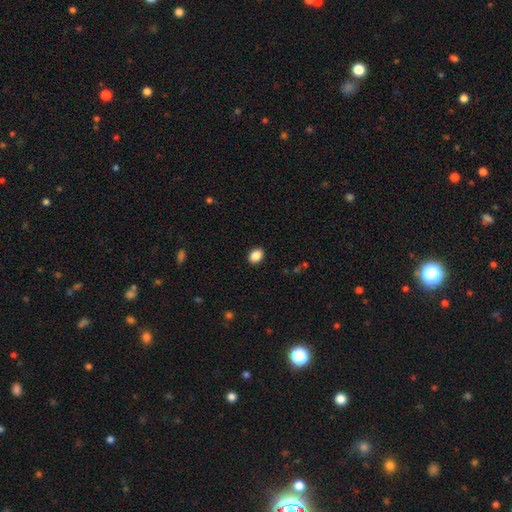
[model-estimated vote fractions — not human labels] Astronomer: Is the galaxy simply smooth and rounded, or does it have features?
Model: smooth — 88%.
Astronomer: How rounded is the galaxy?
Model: in between — 68%.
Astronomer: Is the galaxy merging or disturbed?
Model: none — 90%.